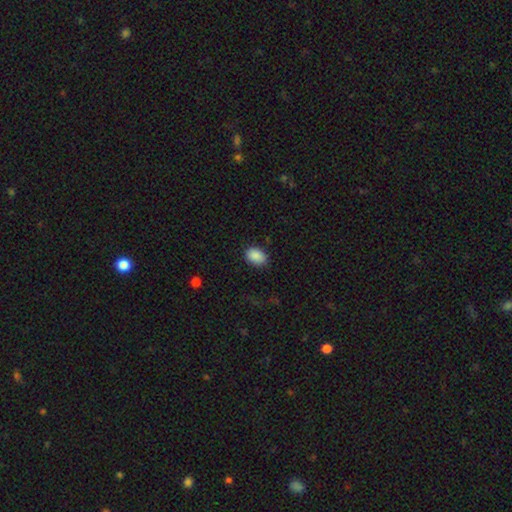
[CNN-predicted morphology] Q: Smooth or featured?
A: smooth (89%); runner-up: star or artifact (8%)
Q: How rounded?
A: in between (80%); runner-up: round (19%)
Q: Merging?
A: none (84%); runner-up: minor disturbance (12%)